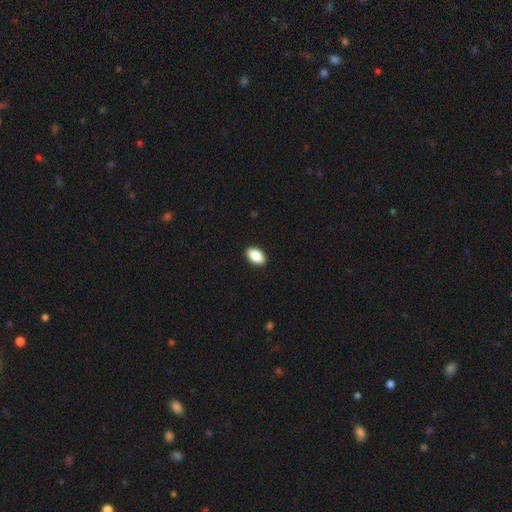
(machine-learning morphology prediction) The model was most divided on "smooth or featured": smooth: 88%, star or artifact: 7%, featured or disk: 5%. More confident: how rounded — in between (93%); merging — none (91%).